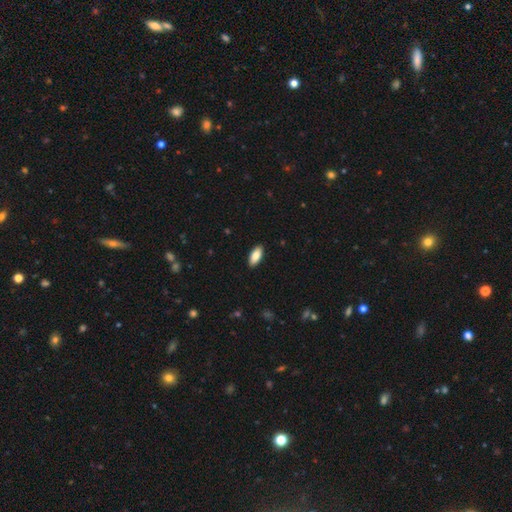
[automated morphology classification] type=smooth (85%); roundness=in between (86%); merging=none (90%).